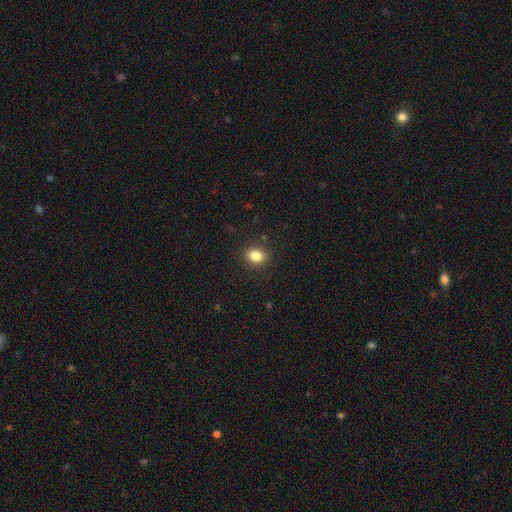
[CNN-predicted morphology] type=smooth (83%); roundness=in between (54%); merging=none (88%).